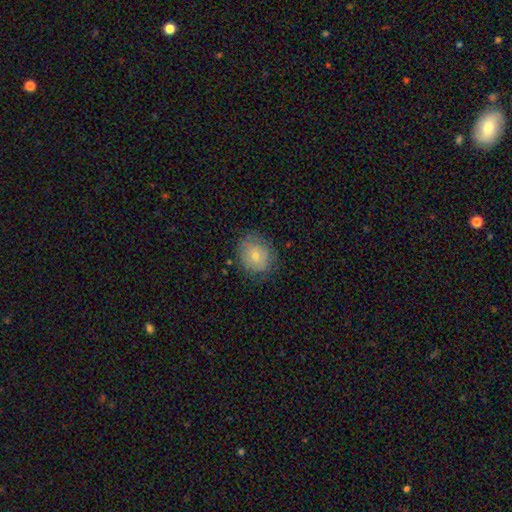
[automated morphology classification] smooth-or-featured: smooth: 65% | featured or disk: 25% | star or artifact: 10%
  how-rounded: round: 59% | in between: 39% | cigar-shaped: 1%
  merging: none: 78% | minor disturbance: 16% | major disturbance: 5% | merger: 1%